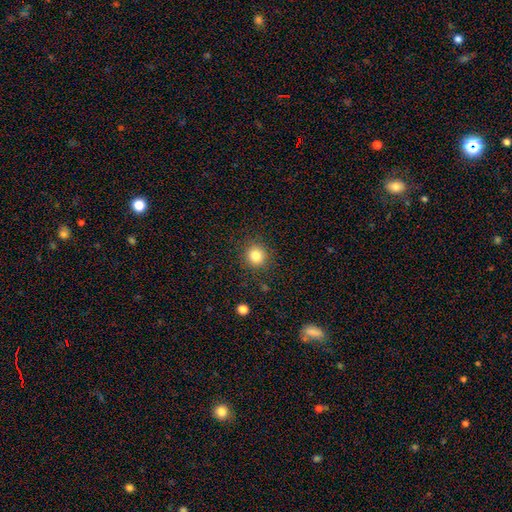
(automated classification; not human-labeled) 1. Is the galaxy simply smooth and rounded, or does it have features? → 82% smooth, 12% star or artifact, 6% featured or disk.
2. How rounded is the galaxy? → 91% round, 8% in between, 1% cigar-shaped.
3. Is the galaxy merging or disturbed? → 88% none, 7% minor disturbance, 3% major disturbance, 1% merger.